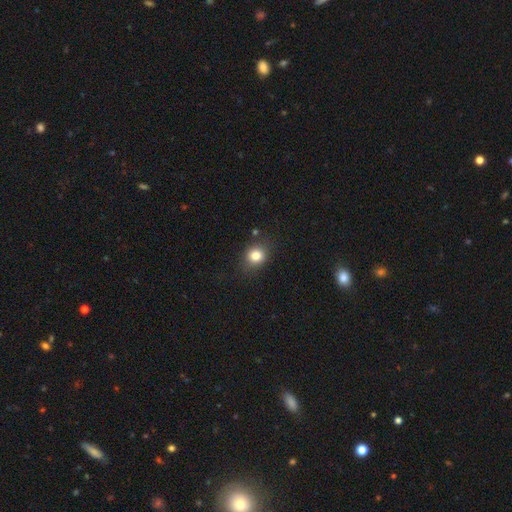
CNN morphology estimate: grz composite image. It shows a smooth galaxy with no disk features (81%) that is round (69%). Merging: none (80%).